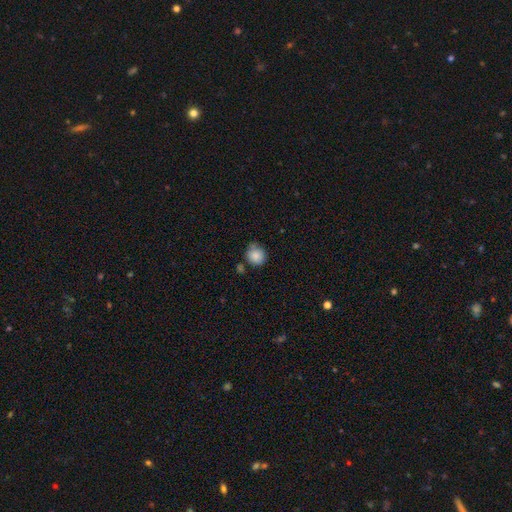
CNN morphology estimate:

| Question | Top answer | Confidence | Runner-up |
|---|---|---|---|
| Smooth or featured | smooth | 86% | star or artifact (9%) |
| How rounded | round | 88% | in between (11%) |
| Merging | none | 67% | minor disturbance (21%) |